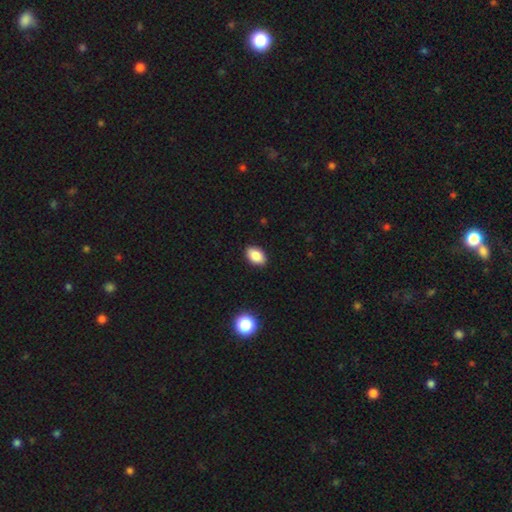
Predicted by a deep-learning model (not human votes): The model was most divided on "smooth or featured": smooth: 86%, star or artifact: 9%, featured or disk: 6%. More confident: how rounded — in between (90%); merging — none (89%).